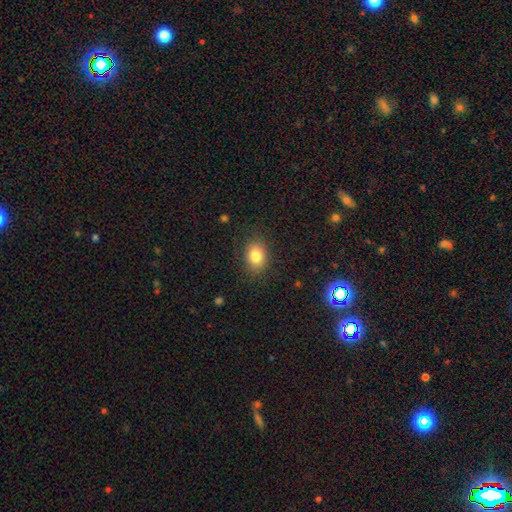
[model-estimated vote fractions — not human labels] Morphology: type=smooth (82%); roundness=in between (60%); merging=none (85%).